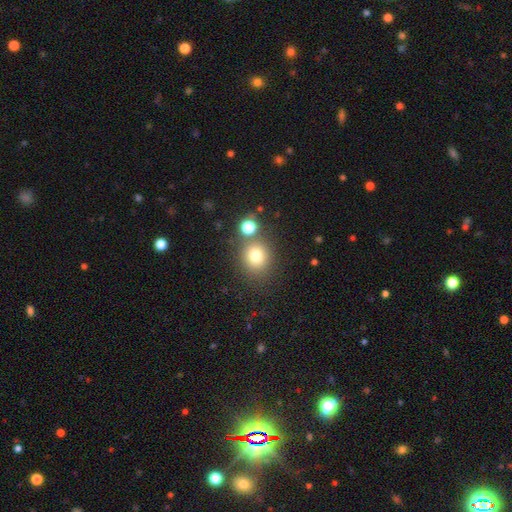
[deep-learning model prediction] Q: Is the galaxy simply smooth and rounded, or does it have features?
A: smooth — 77%.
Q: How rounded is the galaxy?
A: round — 81%.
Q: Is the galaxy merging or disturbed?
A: none — 71%.